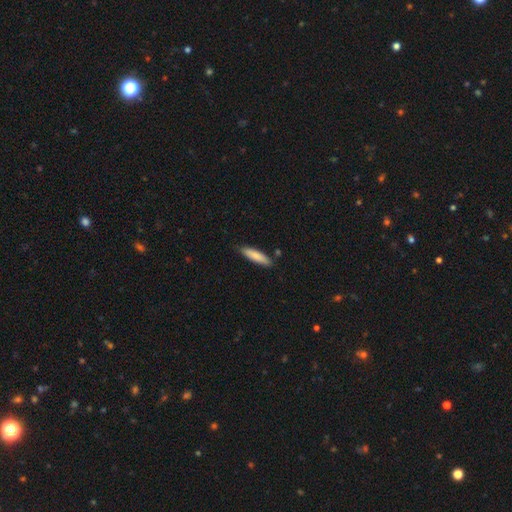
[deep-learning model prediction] Smooth or featured?
  - smooth: 81% *
  - featured or disk: 14%
  - star or artifact: 6%
How rounded?
  - cigar-shaped: 75% *
  - in between: 24%
  - round: 1%
Merging?
  - none: 82% *
  - minor disturbance: 13%
  - merger: 3%
  - major disturbance: 2%